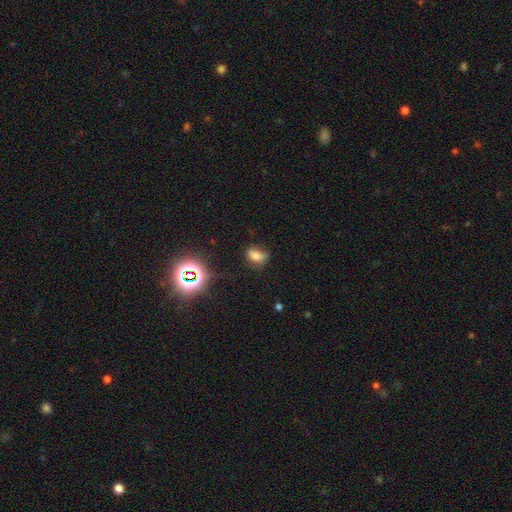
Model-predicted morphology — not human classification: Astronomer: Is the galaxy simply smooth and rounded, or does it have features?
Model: smooth — 69%.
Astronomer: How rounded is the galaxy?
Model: in between — 82%.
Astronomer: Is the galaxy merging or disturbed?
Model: none — 55% (runner-up: minor disturbance, 30%).